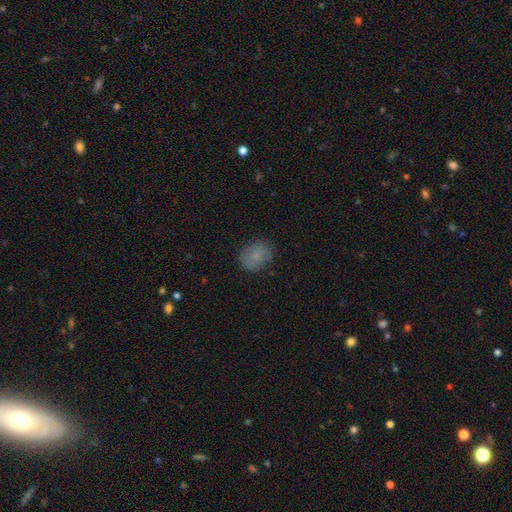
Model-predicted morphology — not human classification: This appears to be a smooth galaxy with no disk features (81%) that is in between round and cigar-shaped (59%). Merging: none (79%).